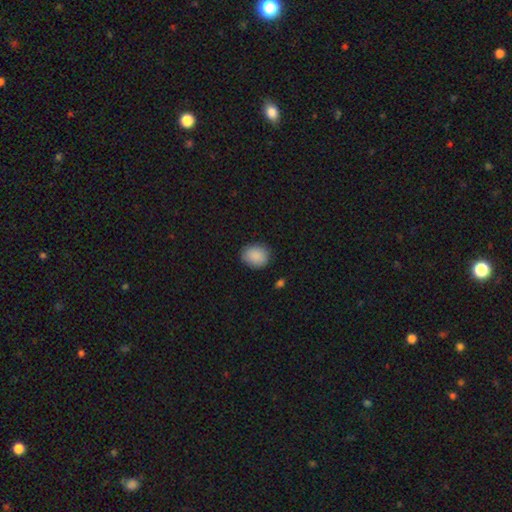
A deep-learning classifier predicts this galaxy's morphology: The model was most divided on "how rounded": round: 58%, in between: 41%, cigar-shaped: 1%. More confident: smooth or featured — smooth (89%); merging — none (86%).